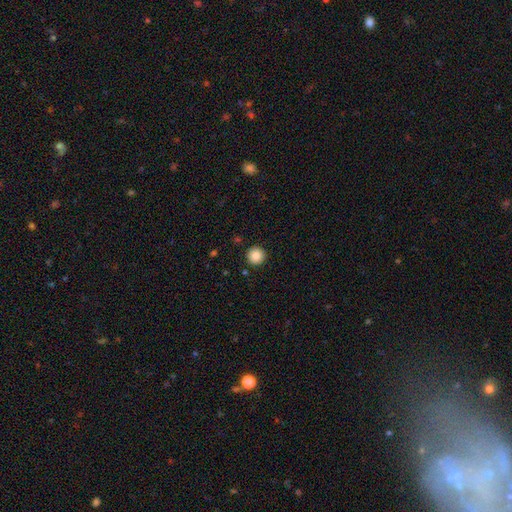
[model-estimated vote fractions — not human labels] Q: Smooth or featured?
A: smooth (87%); runner-up: star or artifact (9%)
Q: How rounded?
A: round (96%); runner-up: in between (3%)
Q: Merging?
A: none (92%); runner-up: minor disturbance (5%)